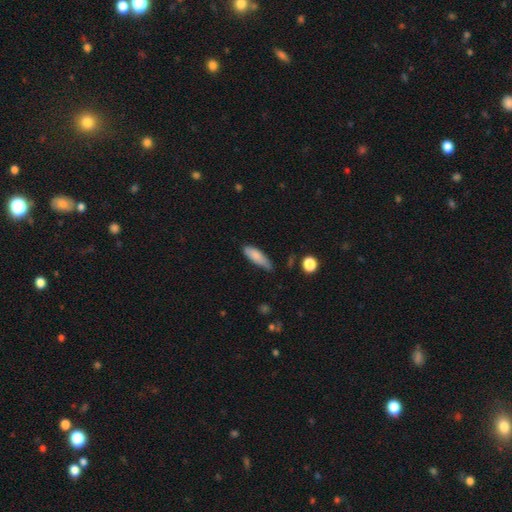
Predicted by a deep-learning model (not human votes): Smooth or featured?
  - smooth: 82% *
  - featured or disk: 12%
  - star or artifact: 7%
How rounded?
  - in between: 52% *
  - cigar-shaped: 46%
  - round: 2%
Merging?
  - none: 62% *
  - minor disturbance: 30%
  - major disturbance: 5%
  - merger: 2%